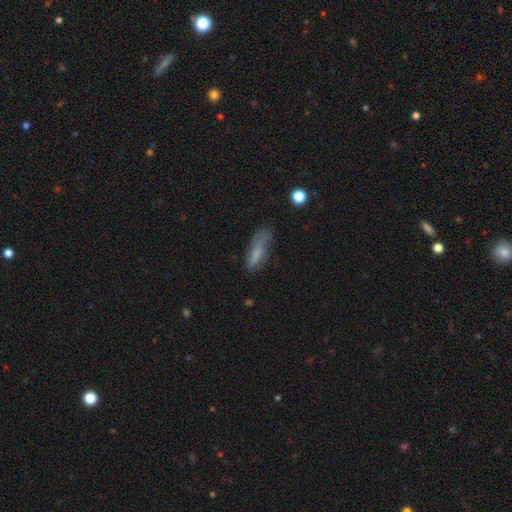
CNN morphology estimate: smooth 69%, featured or disk 19%, star or artifact 12%. Down the decision tree: how rounded — cigar-shaped (56%); merging — none (53%).